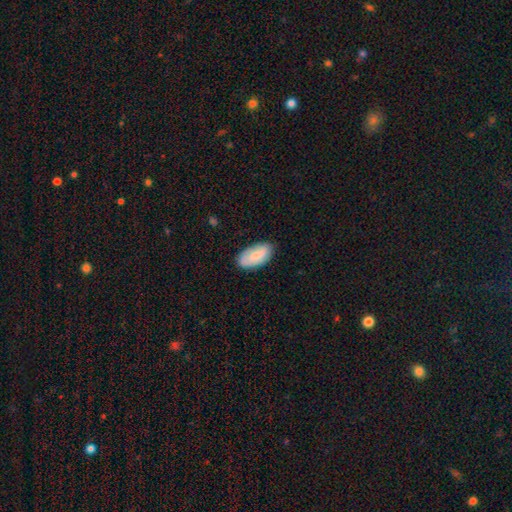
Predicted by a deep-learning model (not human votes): Overall: smooth (74%). How rounded: in between (94%). Merging: none (81%).